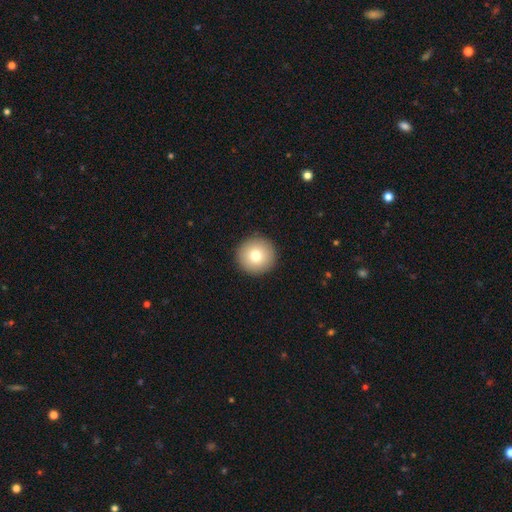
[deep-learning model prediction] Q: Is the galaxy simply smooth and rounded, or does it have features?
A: smooth — 77%.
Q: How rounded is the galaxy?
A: round — 96%.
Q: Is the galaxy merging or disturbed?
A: none — 93%.